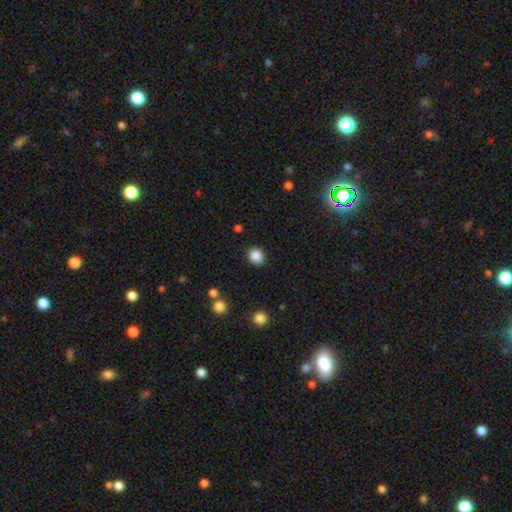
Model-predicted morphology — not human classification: A smooth galaxy with no disk features (86%) that is round (74%).

Vote fractions:
- Smooth or featured? smooth: 86% / star or artifact: 10% / featured or disk: 4%
- How rounded? round: 74% / in between: 25% / cigar-shaped: 1%
- Merging? none: 85% / minor disturbance: 11% / major disturbance: 2% / merger: 2%